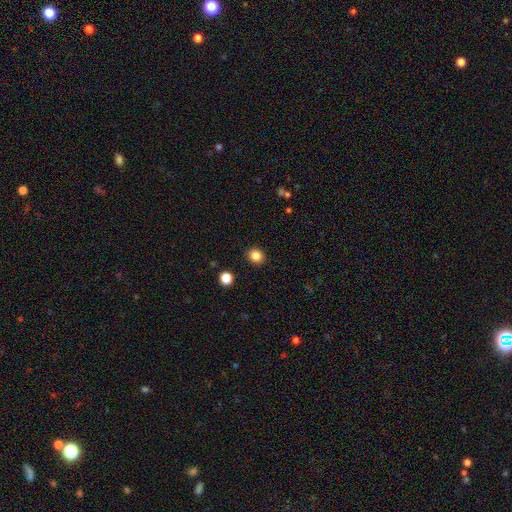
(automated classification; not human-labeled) smooth-or-featured: smooth: 85% | star or artifact: 11% | featured or disk: 4%
  how-rounded: round: 77% | in between: 22% | cigar-shaped: 1%
  merging: none: 90% | minor disturbance: 6% | major disturbance: 2% | merger: 1%